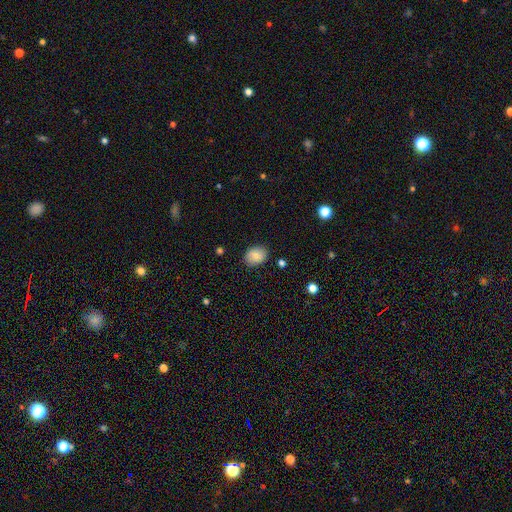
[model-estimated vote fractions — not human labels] This is clearly a smooth galaxy (80%). How rounded: likely in between (62%). Merging: clearly none (85%).